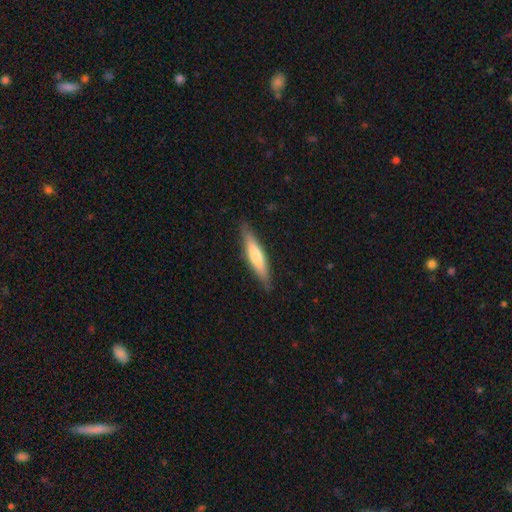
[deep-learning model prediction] This is possibly a smooth galaxy (56%). How rounded: clearly cigar-shaped (86%). Merging: clearly none (87%).